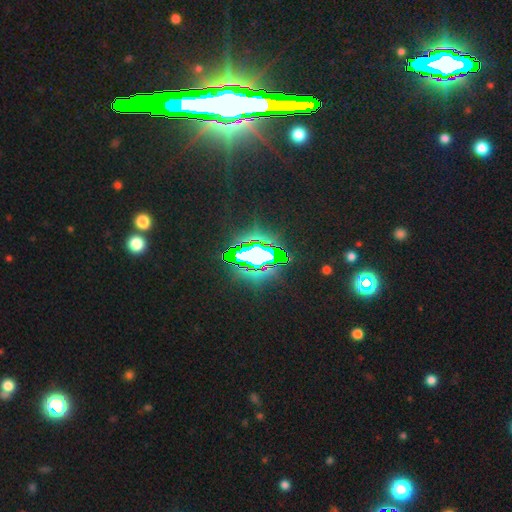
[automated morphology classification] Q: Smooth or featured?
A: star or artifact (72%); runner-up: smooth (15%)